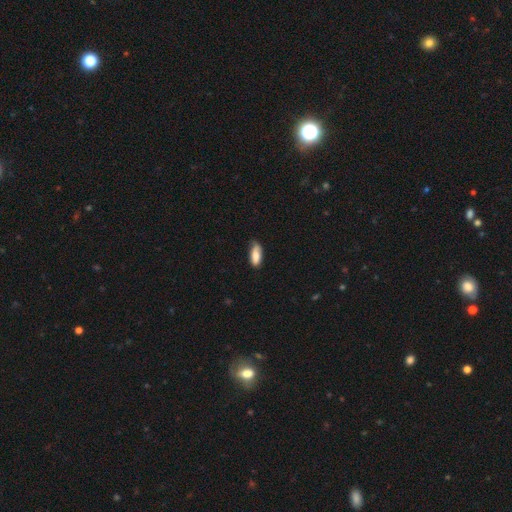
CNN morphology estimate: smooth_or_featured: smooth (p=0.80) [alt: featured or disk p=0.13]
how_rounded: in between (p=0.79) [alt: cigar-shaped p=0.19]
merging: none (p=0.63) [alt: minor disturbance p=0.30]